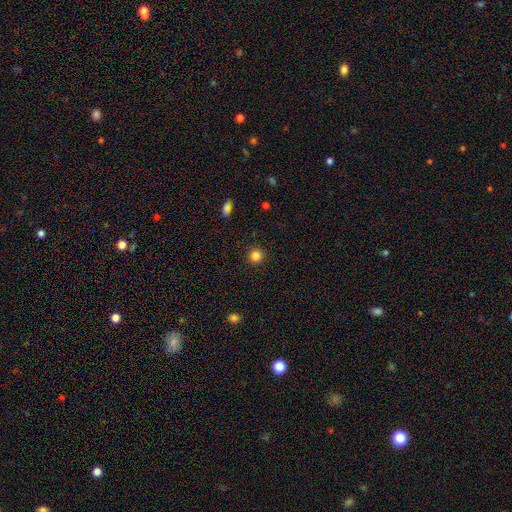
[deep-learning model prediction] smooth 84%, star or artifact 12%, featured or disk 4%. Down the decision tree: how rounded — round (95%); merging — none (92%).